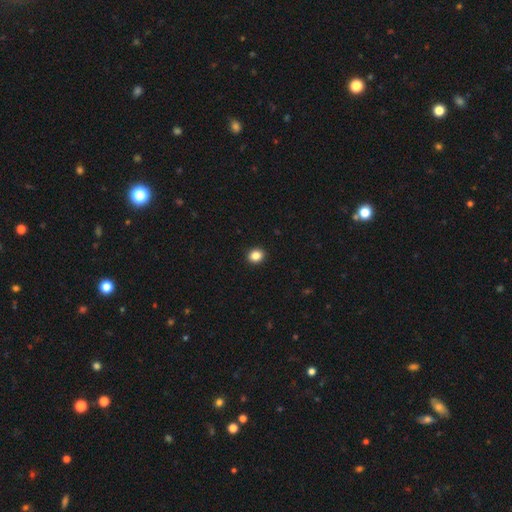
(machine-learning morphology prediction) This appears to be a smooth galaxy with no disk features (85%) that is round (75%). Merging: none (93%).